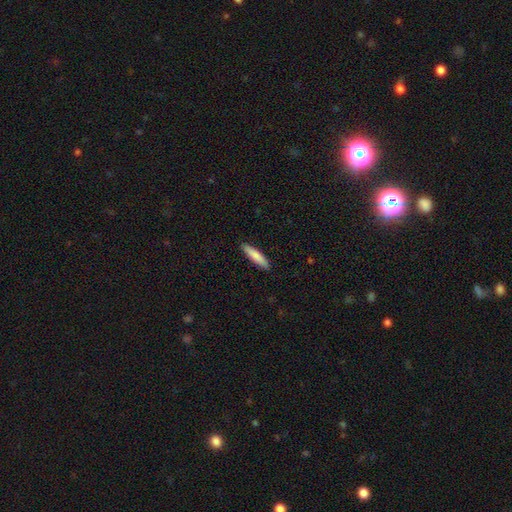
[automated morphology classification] A smooth galaxy with no disk features (82%) that is cigar-shaped (82%). Merging: none (90%).